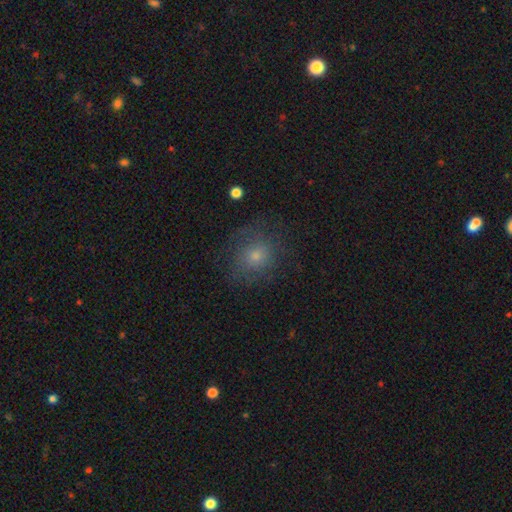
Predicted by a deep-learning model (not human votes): Q: Smooth or featured?
A: smooth (66%); runner-up: featured or disk (21%)
Q: How rounded?
A: round (77%); runner-up: in between (22%)
Q: Merging?
A: none (70%); runner-up: minor disturbance (17%)